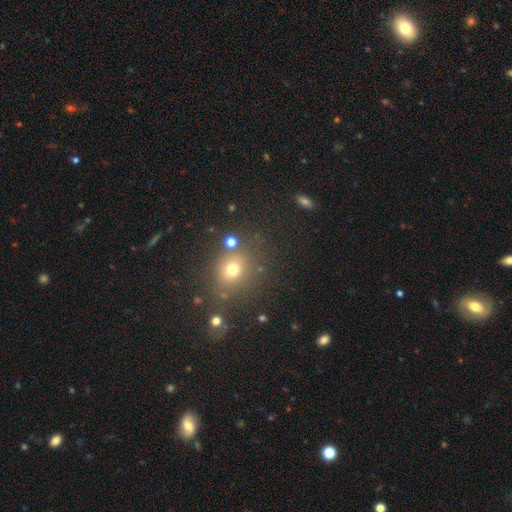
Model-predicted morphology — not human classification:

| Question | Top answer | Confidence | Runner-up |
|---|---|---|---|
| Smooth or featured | smooth | 50% | star or artifact (40%) |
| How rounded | round | 77% | in between (22%) |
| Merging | none | 76% | minor disturbance (10%) |